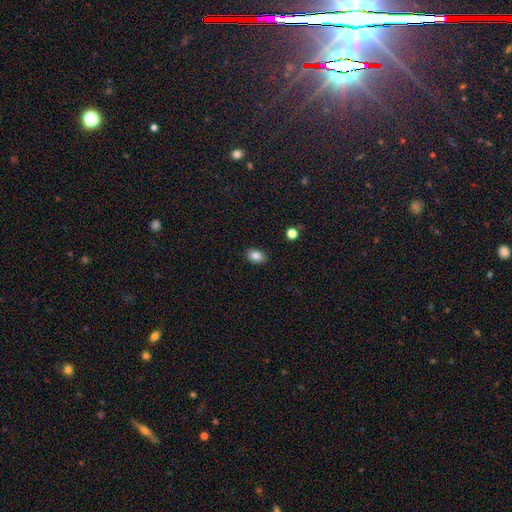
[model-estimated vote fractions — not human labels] A smooth galaxy with no disk features (85%) that is in between round and cigar-shaped (78%).

Vote fractions:
- Smooth or featured? smooth: 85% / star or artifact: 9% / featured or disk: 5%
- How rounded? in between: 78% / round: 21% / cigar-shaped: 1%
- Merging? none: 88% / minor disturbance: 9% / major disturbance: 2% / merger: 1%